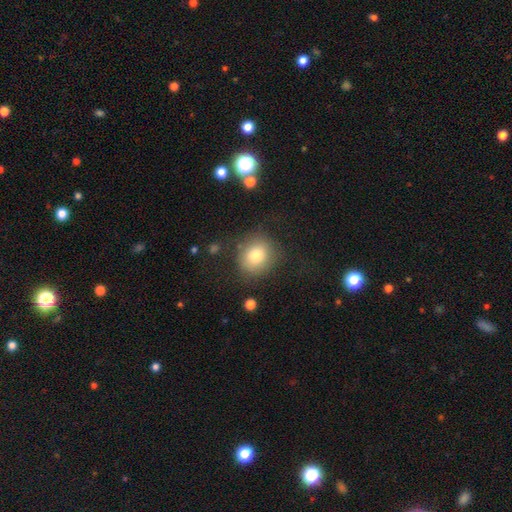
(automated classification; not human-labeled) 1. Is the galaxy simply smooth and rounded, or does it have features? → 77% smooth, 12% featured or disk, 11% star or artifact.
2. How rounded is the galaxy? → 79% round, 20% in between, 1% cigar-shaped.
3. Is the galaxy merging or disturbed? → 78% none, 13% minor disturbance, 6% major disturbance, 2% merger.